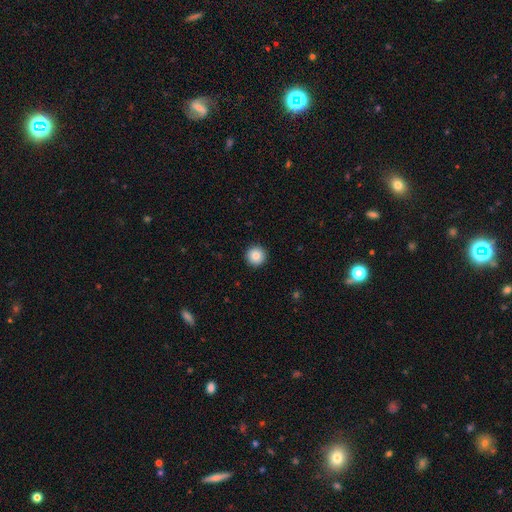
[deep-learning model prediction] Q: Smooth or featured?
A: smooth (87%); runner-up: star or artifact (9%)
Q: How rounded?
A: round (96%); runner-up: in between (3%)
Q: Merging?
A: none (93%); runner-up: minor disturbance (5%)